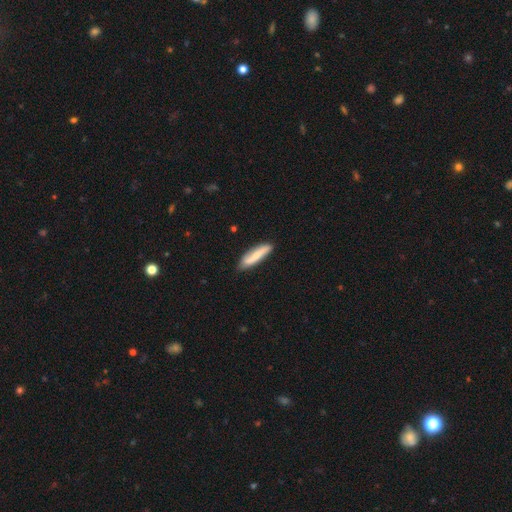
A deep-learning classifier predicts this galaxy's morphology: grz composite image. It shows a smooth galaxy with no disk features (65%) that is cigar-shaped (76%). Merging: none (79%).